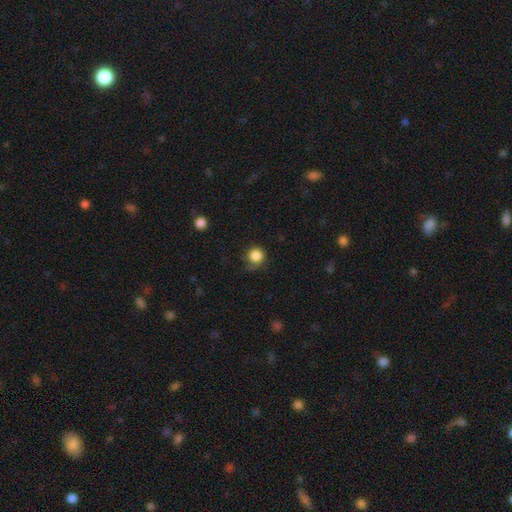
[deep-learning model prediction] Smooth or featured? Predicted: smooth (p=0.85). How rounded? Predicted: round (p=0.92). Merging? Predicted: none (p=0.67).